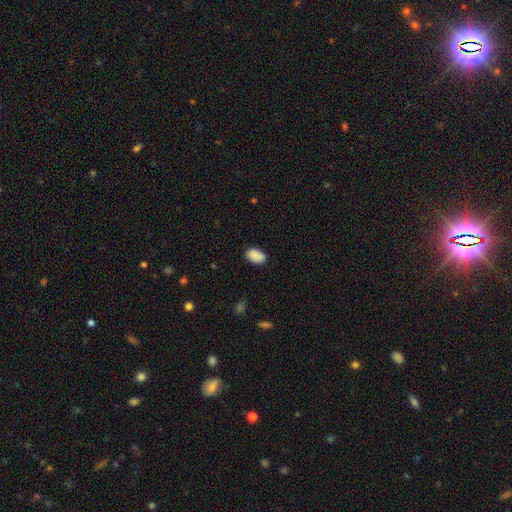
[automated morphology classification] smooth 89%, star or artifact 7%, featured or disk 4%. Down the decision tree: how rounded — in between (92%); merging — none (85%).